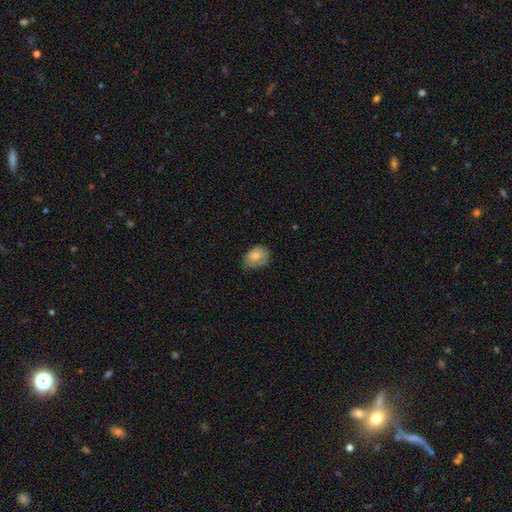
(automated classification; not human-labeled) Smooth or featured? Predicted: smooth (p=0.78). How rounded? Predicted: in between (p=0.71). Merging? Predicted: none (p=0.52).